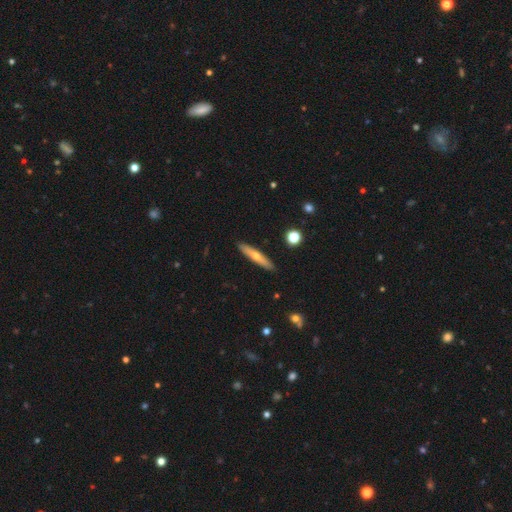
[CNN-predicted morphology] smooth-or-featured: smooth: 48% | featured or disk: 46% | star or artifact: 6%
  merging: none: 91% | minor disturbance: 7% | major disturbance: 1% | merger: 1%